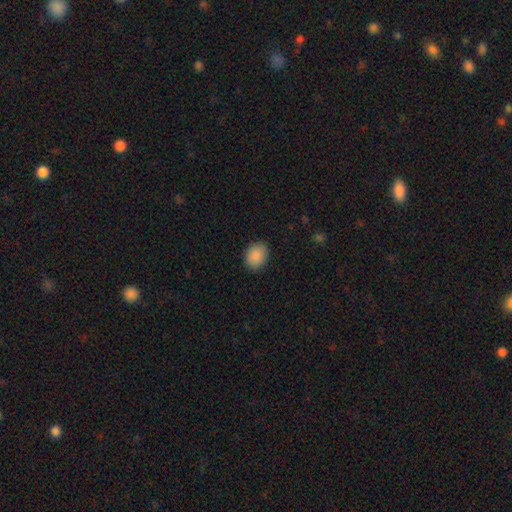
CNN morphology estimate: Overall: smooth (89%). How rounded: in between (55%; round 44%). Merging: none (88%).